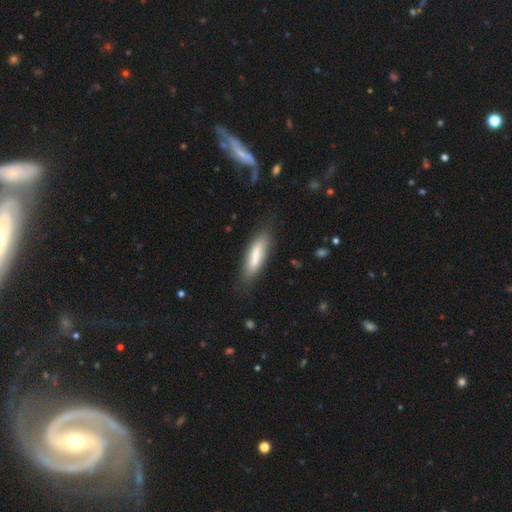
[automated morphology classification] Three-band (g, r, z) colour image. It shows a smooth galaxy with no disk features (75%) that is cigar-shaped (61%). Merging: none (76%).